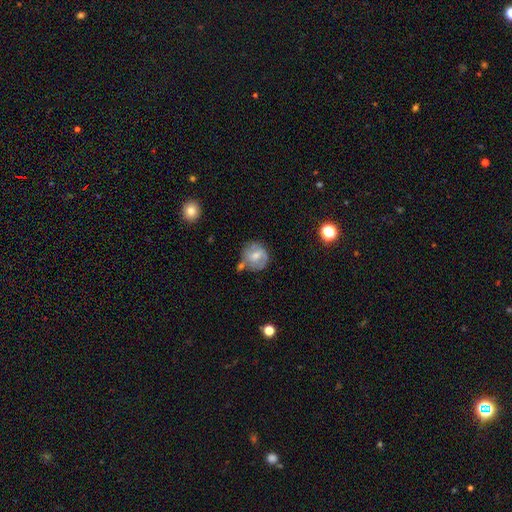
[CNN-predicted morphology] The model was most divided on "smooth or featured" (2-way tie): featured or disk: 46%, smooth: 46%, star or artifact: 8%. More confident: merging — none (57%).